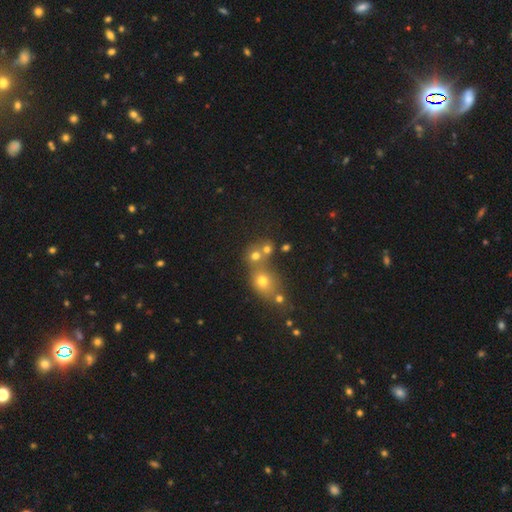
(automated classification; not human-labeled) Morphology: type=smooth (67%); roundness=round (76%); merging=merger (45%).